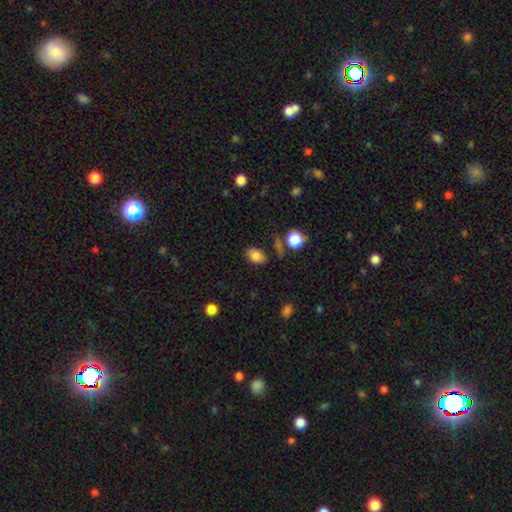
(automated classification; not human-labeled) This appears to be a smooth galaxy with no disk features (82%) that is in between round and cigar-shaped (88%). Merging: none (75%).